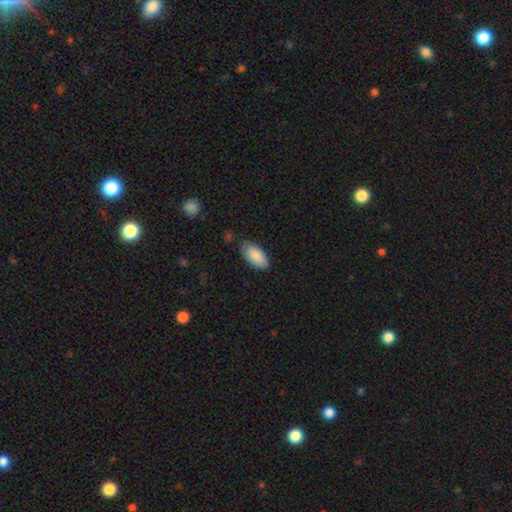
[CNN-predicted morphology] This is clearly a smooth galaxy (88%). How rounded: clearly in between (94%). Merging: likely none (76%).